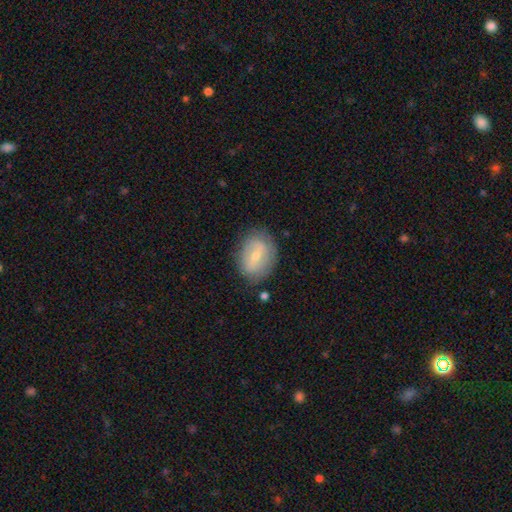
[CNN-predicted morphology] A smooth galaxy with no disk features (48%).

Vote fractions:
- Smooth or featured? smooth: 48% / featured or disk: 45% / star or artifact: 7%
- Merging? none: 76% / minor disturbance: 17% / major disturbance: 5% / merger: 2%